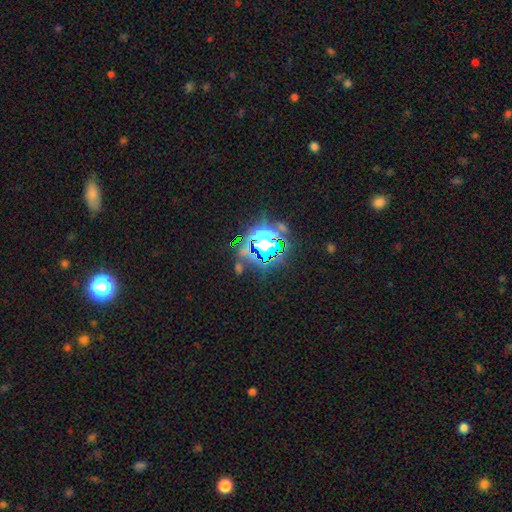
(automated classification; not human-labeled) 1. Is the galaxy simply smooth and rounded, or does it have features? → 72% star or artifact, 17% smooth, 11% featured or disk.